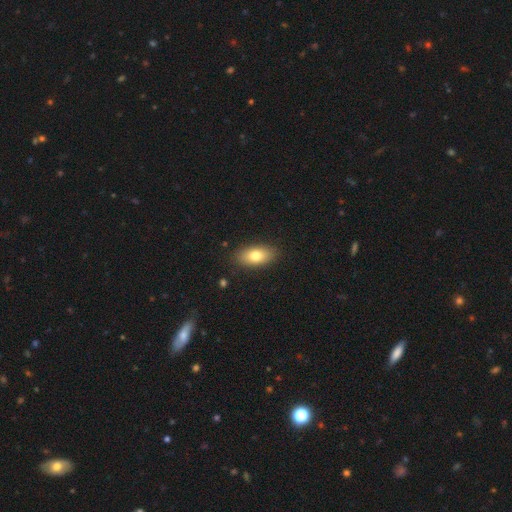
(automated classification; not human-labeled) Q: Smooth or featured?
A: smooth (78%); runner-up: featured or disk (15%)
Q: How rounded?
A: in between (89%); runner-up: cigar-shaped (6%)
Q: Merging?
A: none (87%); runner-up: minor disturbance (9%)